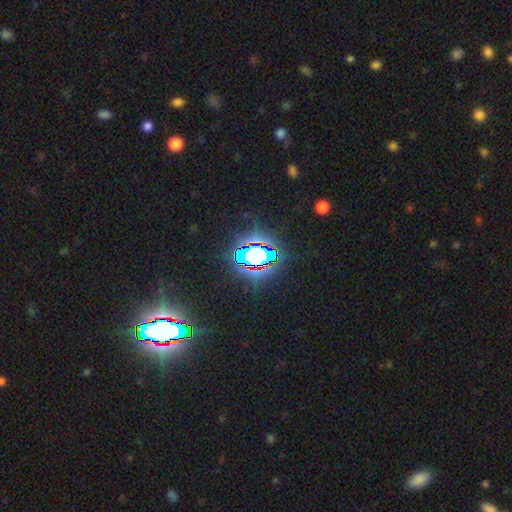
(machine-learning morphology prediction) Smooth or featured: star or artifact — 67% (smooth — 18%)